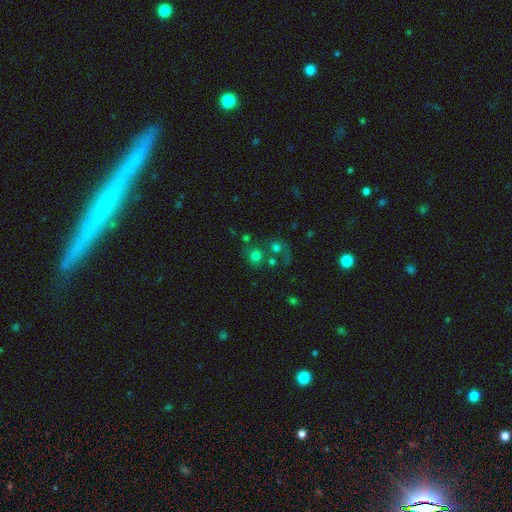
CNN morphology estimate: Overall: smooth (67%). How rounded: round (82%). Merging: none (46%; merger 34%).